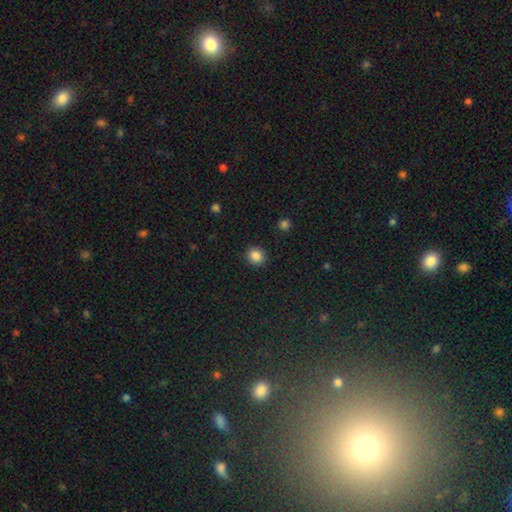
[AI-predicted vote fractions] A smooth galaxy with no disk features (86%) that is round (83%).

Vote fractions:
- Smooth or featured? smooth: 86% / star or artifact: 10% / featured or disk: 3%
- How rounded? round: 83% / in between: 16% / cigar-shaped: 1%
- Merging? none: 90% / minor disturbance: 7% / major disturbance: 2% / merger: 1%